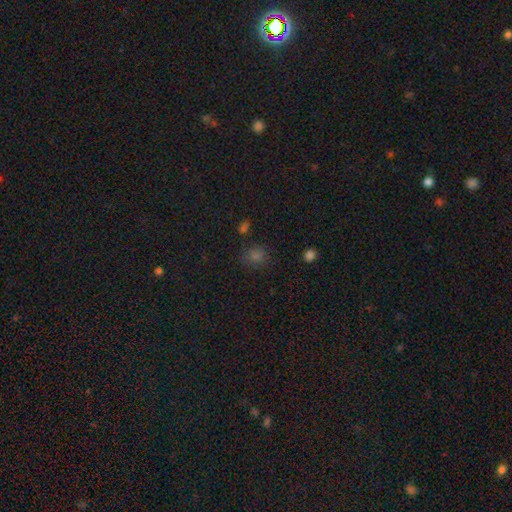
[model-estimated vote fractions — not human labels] Morphology: type=smooth (68%); roundness=round (76%); merging=none (81%).